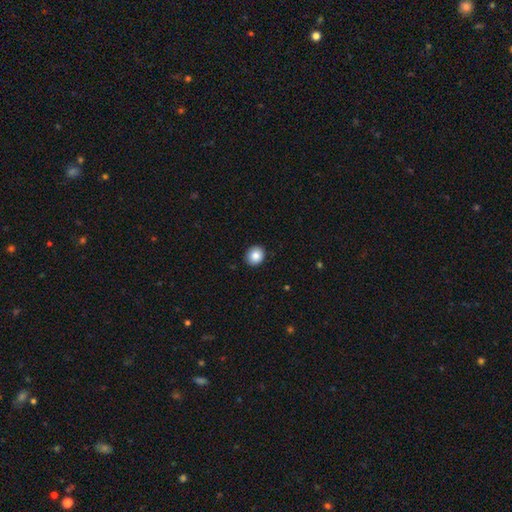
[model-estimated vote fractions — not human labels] smooth_or_featured: smooth (p=0.86) [alt: star or artifact p=0.09]
how_rounded: round (p=0.74) [alt: in between p=0.26]
merging: none (p=0.91) [alt: minor disturbance p=0.06]